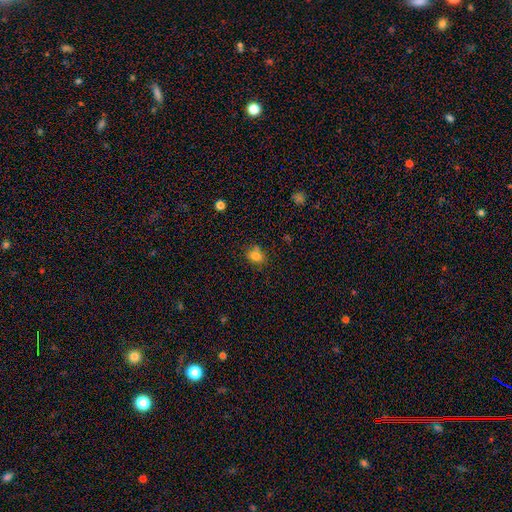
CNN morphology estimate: Q: Smooth or featured?
A: smooth (80%); runner-up: star or artifact (12%)
Q: How rounded?
A: round (50%); runner-up: in between (49%)
Q: Merging?
A: none (71%); runner-up: minor disturbance (16%)